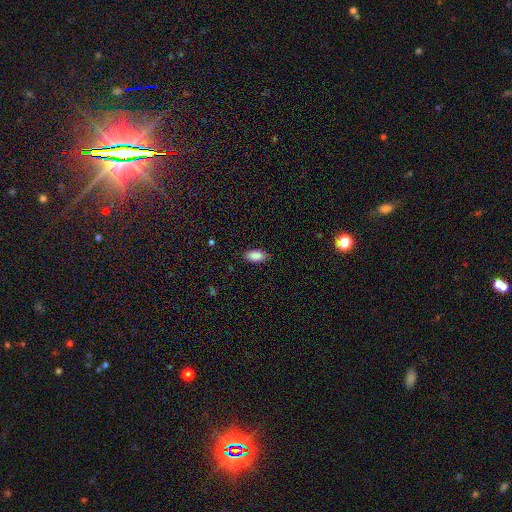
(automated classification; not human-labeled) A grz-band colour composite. It shows a smooth galaxy with no disk features (88%) that is in between round and cigar-shaped (91%). Merging: none (86%).